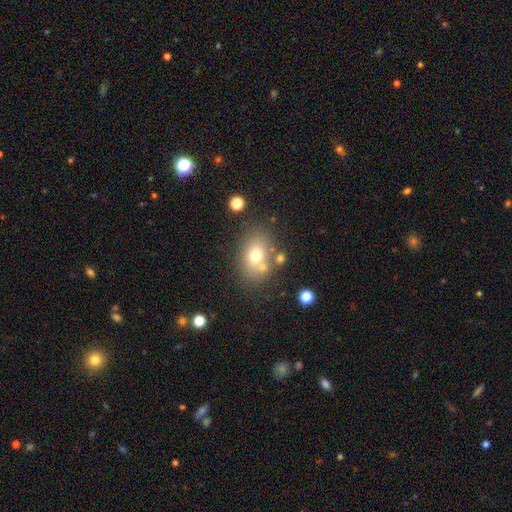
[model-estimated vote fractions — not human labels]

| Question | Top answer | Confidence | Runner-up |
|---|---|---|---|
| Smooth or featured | smooth | 69% | featured or disk (18%) |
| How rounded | in between | 67% | round (31%) |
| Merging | none | 67% | minor disturbance (14%) |